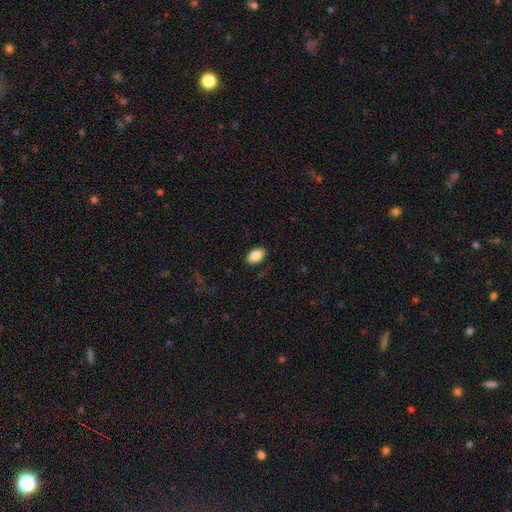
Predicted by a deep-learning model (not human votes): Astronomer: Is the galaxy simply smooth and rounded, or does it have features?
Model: smooth — 86%.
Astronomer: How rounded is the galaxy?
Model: in between — 91%.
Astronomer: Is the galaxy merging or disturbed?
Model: none — 87%.